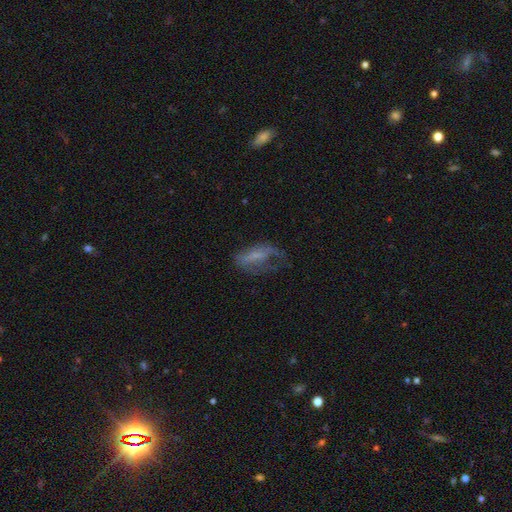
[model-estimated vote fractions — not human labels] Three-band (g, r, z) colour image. It shows a featured or disk galaxy (47%). Merging: major disturbance (43%).